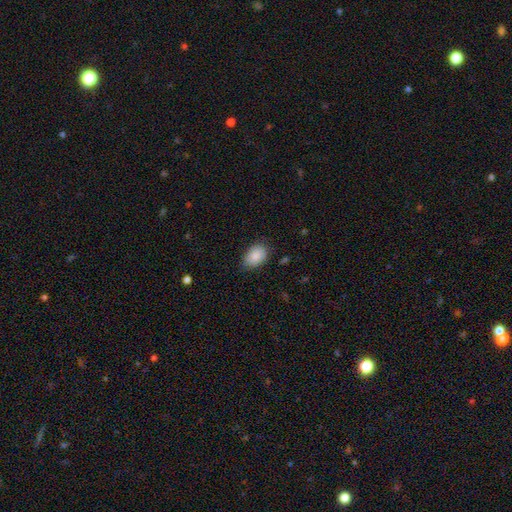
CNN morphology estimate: type=smooth (86%); roundness=in between (81%); merging=none (77%).